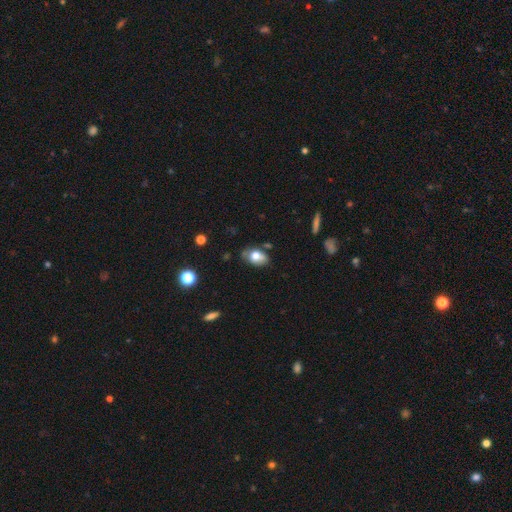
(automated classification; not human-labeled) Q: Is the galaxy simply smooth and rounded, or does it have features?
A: smooth — 71%.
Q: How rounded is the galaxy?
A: in between — 85%.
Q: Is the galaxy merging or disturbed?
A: none — 61%.